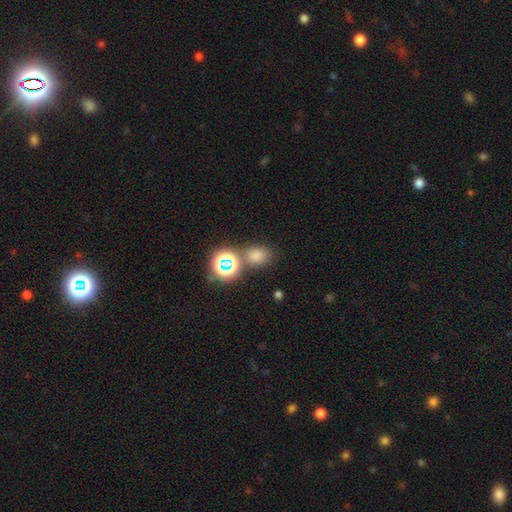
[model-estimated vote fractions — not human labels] Q: Smooth or featured?
A: smooth (64%); runner-up: star or artifact (30%)
Q: How rounded?
A: round (61%); runner-up: in between (38%)
Q: Merging?
A: none (74%); runner-up: merger (13%)